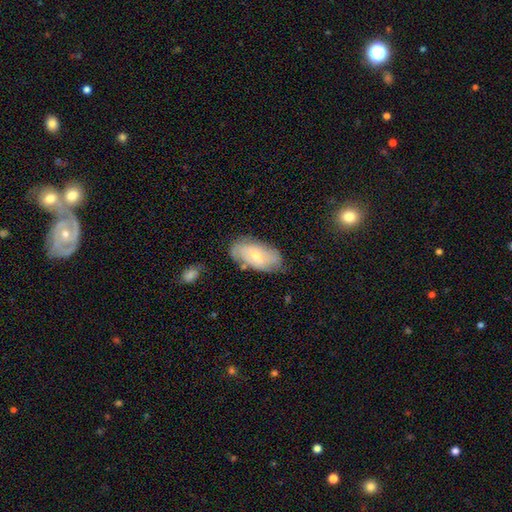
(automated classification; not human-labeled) Overall: featured or disk (48%; smooth 45%). Merging: none (70%).